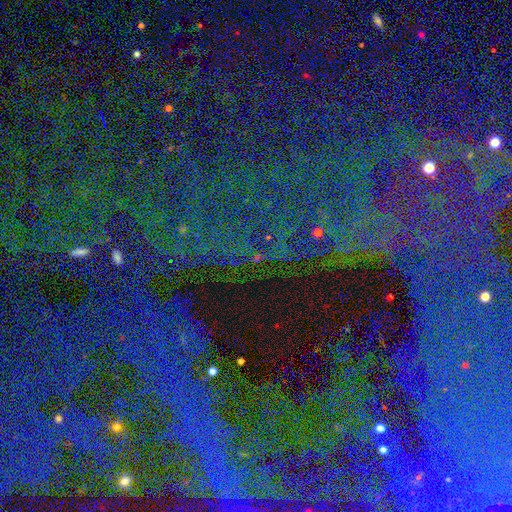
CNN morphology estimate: A star or artifact, not a galaxy (84%).